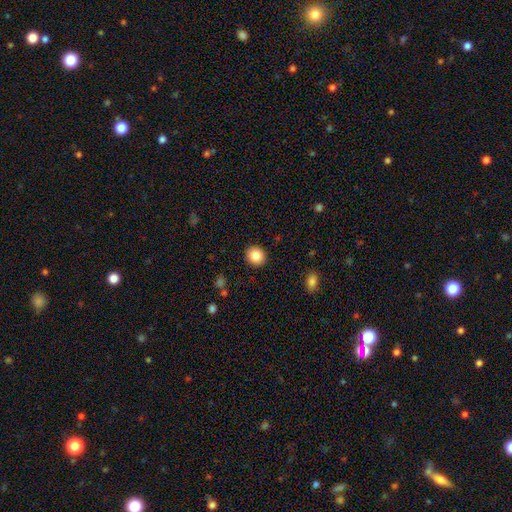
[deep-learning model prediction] Smooth or featured: smooth — 85% (star or artifact — 9%)
How rounded: round — 78% (in between — 21%)
Merging: none — 91% (minor disturbance — 6%)